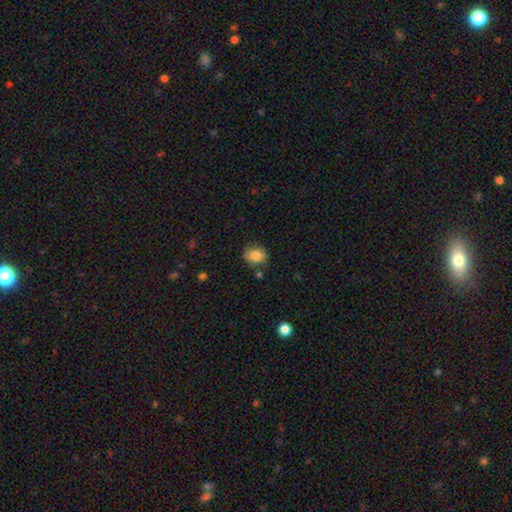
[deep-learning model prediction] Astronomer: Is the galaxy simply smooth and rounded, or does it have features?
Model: smooth — 79%.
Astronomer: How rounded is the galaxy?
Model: round — 54% (runner-up: in between, 45%).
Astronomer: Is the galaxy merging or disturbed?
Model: none — 74%.